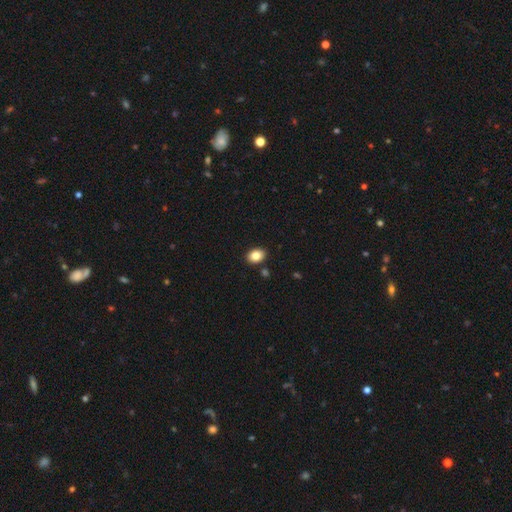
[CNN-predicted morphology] smooth_or_featured: smooth (p=0.85) [alt: star or artifact p=0.09]
how_rounded: in between (p=0.72) [alt: round p=0.28]
merging: none (p=0.87) [alt: minor disturbance p=0.08]